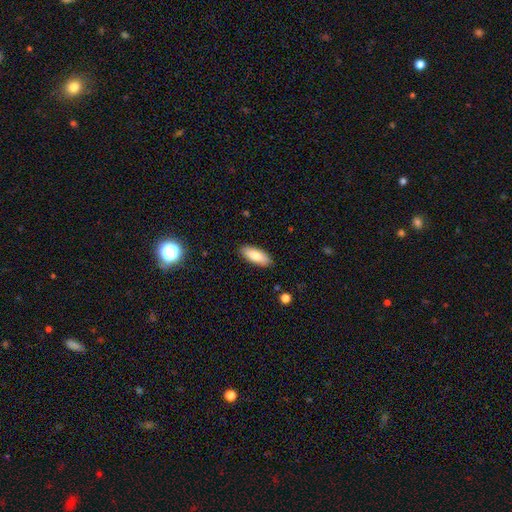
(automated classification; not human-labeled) smooth 82%, featured or disk 12%, star or artifact 6%. Down the decision tree: how rounded — in between (78%); merging — none (89%).